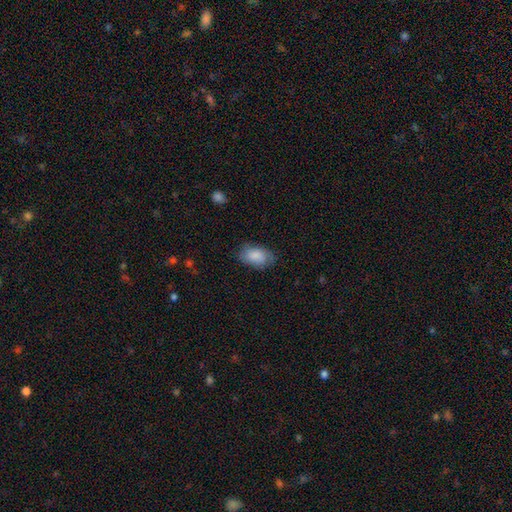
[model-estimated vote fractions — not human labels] Q: Smooth or featured?
A: smooth (82%); runner-up: featured or disk (11%)
Q: How rounded?
A: in between (92%); runner-up: round (7%)
Q: Merging?
A: none (74%); runner-up: minor disturbance (20%)